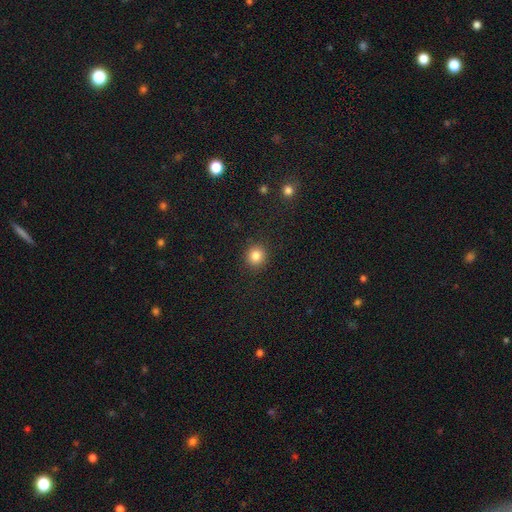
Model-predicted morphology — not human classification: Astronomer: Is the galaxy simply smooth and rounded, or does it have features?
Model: smooth — 84%.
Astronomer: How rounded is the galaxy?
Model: round — 91%.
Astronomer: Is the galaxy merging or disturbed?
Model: none — 91%.